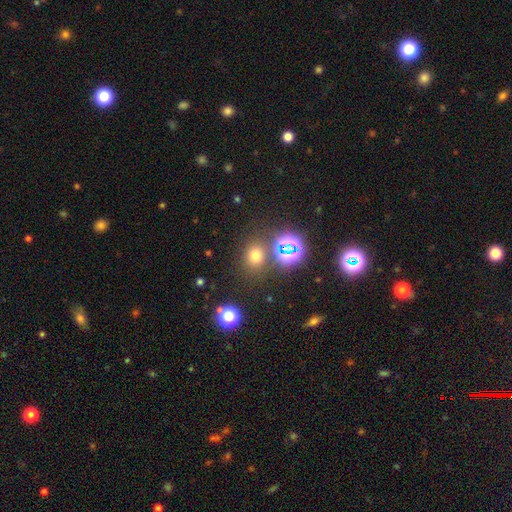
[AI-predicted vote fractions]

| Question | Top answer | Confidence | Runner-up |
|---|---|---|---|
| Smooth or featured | smooth | 64% | star or artifact (29%) |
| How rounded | round | 71% | in between (28%) |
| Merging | none | 77% | minor disturbance (10%) |